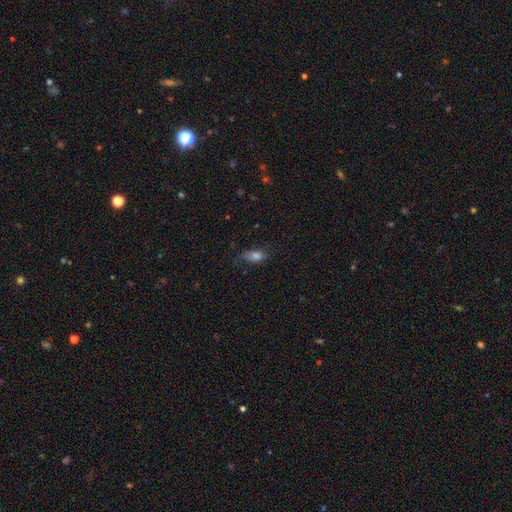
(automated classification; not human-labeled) Q: Smooth or featured?
A: smooth (76%); runner-up: featured or disk (13%)
Q: How rounded?
A: in between (84%); runner-up: cigar-shaped (8%)
Q: Merging?
A: none (58%); runner-up: minor disturbance (28%)